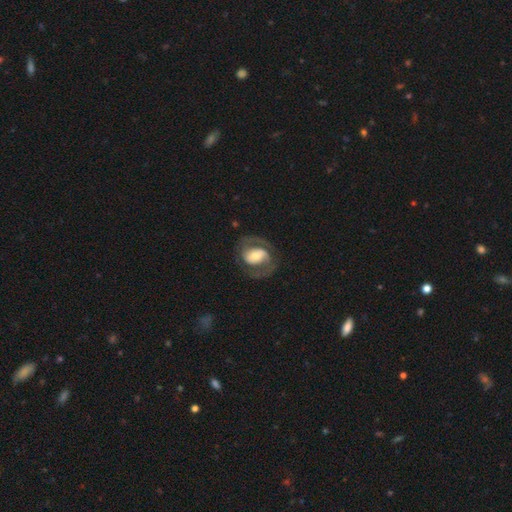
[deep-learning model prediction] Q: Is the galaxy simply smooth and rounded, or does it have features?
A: featured or disk — 66%.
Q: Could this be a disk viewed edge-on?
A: no — 96%.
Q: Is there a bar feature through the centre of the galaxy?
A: no — 45%.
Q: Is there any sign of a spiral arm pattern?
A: yes — 73%.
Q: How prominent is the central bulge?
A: moderate — 40%.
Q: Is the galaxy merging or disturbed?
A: none — 68%.